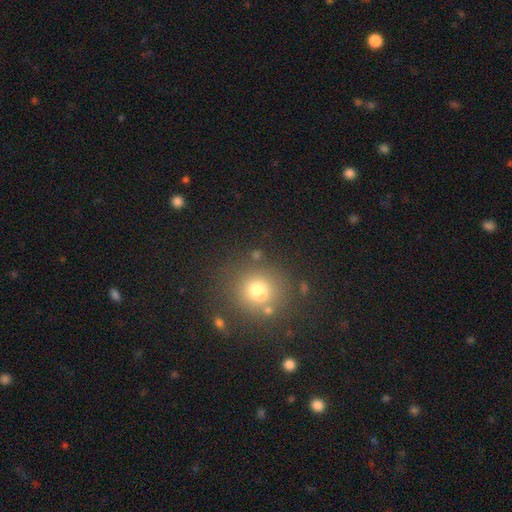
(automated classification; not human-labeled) Smooth or featured? smooth (68%)
How rounded? round (83%)
Merging? none (70%)